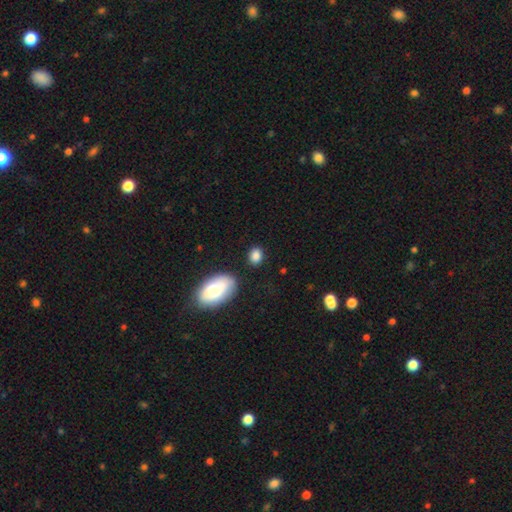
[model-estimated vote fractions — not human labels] smooth-or-featured: smooth: 85% | star or artifact: 9% | featured or disk: 6%
  how-rounded: in between: 61% | round: 37% | cigar-shaped: 2%
  merging: none: 78% | minor disturbance: 13% | merger: 4% | major disturbance: 4%